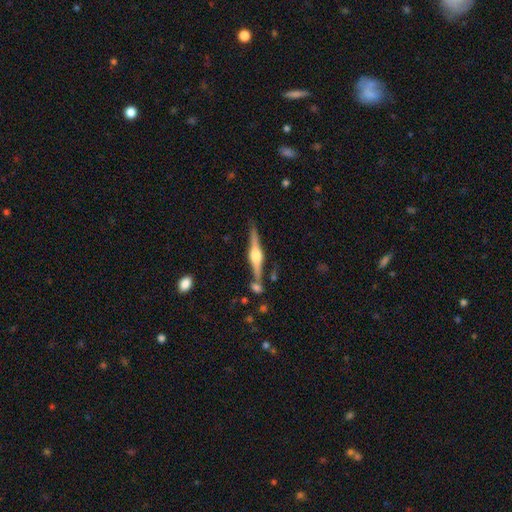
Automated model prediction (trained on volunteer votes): Morphology: type=featured or disk (83%); edge-on=yes (98%); edge-on bulge=rounded (90%); merging=none (80%).